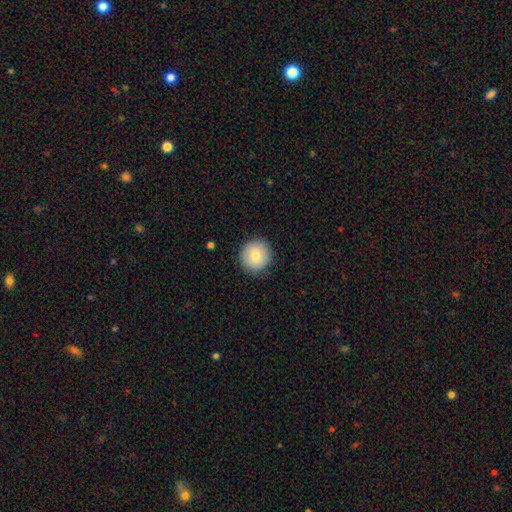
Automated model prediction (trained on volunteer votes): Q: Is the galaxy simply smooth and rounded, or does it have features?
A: smooth — 78%.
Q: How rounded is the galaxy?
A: round — 95%.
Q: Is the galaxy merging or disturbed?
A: none — 88%.